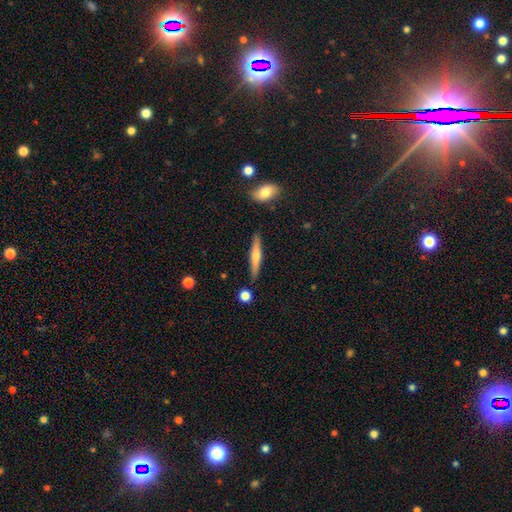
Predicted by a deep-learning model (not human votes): Smooth or featured: smooth — 49% (featured or disk — 45%)
Merging: none — 86% (minor disturbance — 9%)